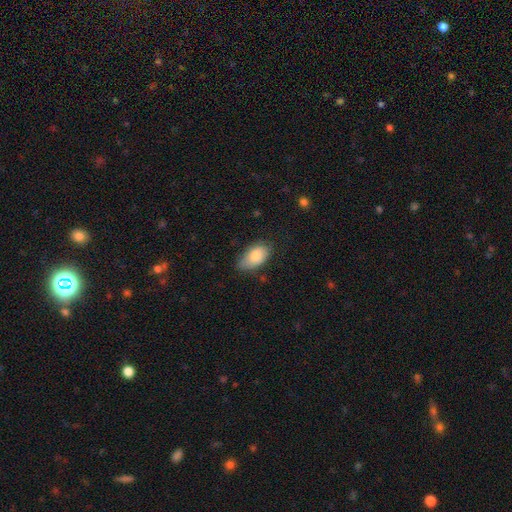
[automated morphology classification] A smooth galaxy with no disk features (82%) that is in between round and cigar-shaped (93%).

Vote fractions:
- Smooth or featured? smooth: 82% / featured or disk: 12% / star or artifact: 6%
- How rounded? in between: 93% / round: 5% / cigar-shaped: 2%
- Merging? none: 60% / minor disturbance: 32% / major disturbance: 6% / merger: 2%